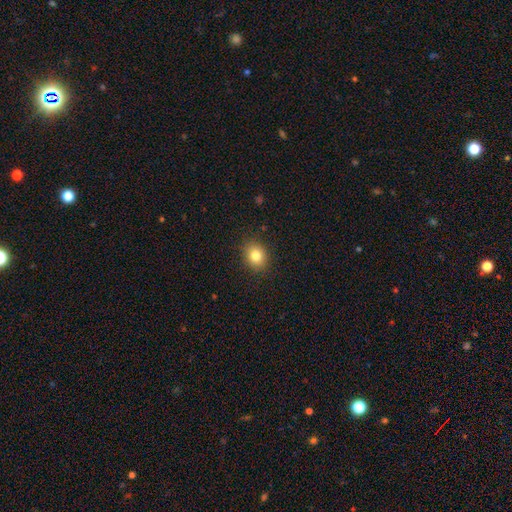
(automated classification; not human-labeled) Q: Smooth or featured?
A: smooth (82%); runner-up: star or artifact (11%)
Q: How rounded?
A: round (60%); runner-up: in between (39%)
Q: Merging?
A: none (89%); runner-up: minor disturbance (8%)